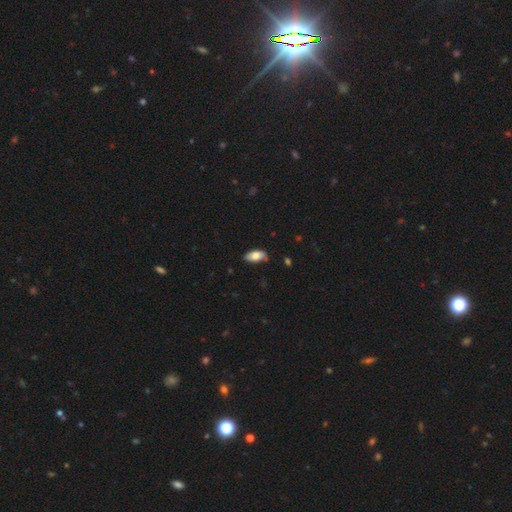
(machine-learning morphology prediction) This is likely a smooth galaxy (78%). How rounded: clearly in between (91%). Merging: likely none (74%).